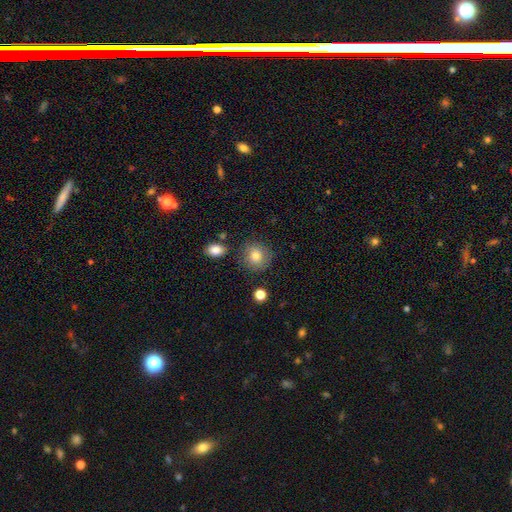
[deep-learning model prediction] Smooth or featured: smooth — 80% (featured or disk — 11%)
How rounded: round — 87% (in between — 12%)
Merging: none — 81% (minor disturbance — 12%)